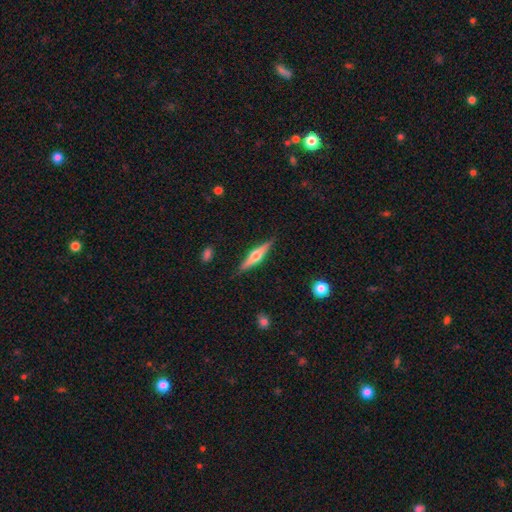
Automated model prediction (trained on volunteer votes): Morphology: type=featured or disk (64%); edge-on=yes (97%); edge-on bulge=rounded (92%); merging=none (88%).